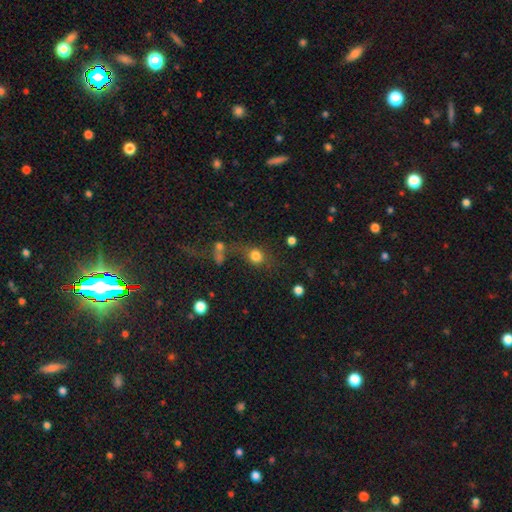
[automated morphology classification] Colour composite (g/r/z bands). It shows a smooth galaxy with no disk features (77%) that is round (73%). Merging: none (50%).